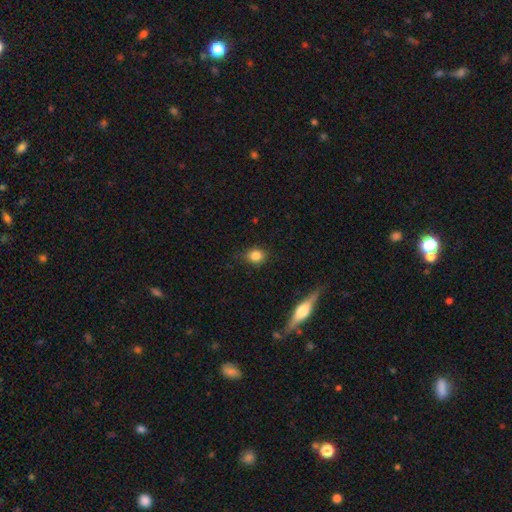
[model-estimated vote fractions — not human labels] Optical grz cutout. It shows a smooth galaxy with no disk features (83%) that is round (68%). Merging: none (80%).